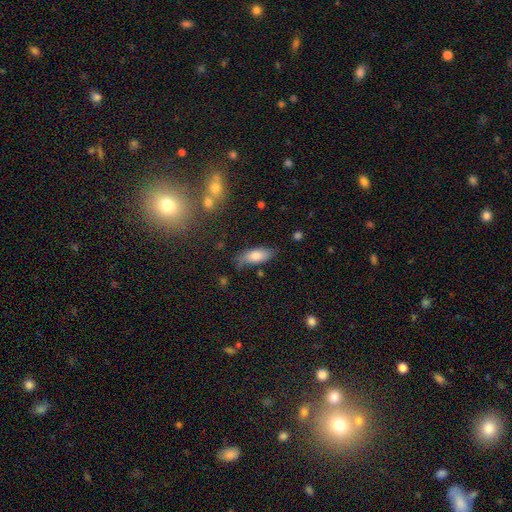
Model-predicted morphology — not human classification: smooth_or_featured: smooth (p=0.78) [alt: featured or disk p=0.15]
how_rounded: in between (p=0.79) [alt: cigar-shaped p=0.18]
merging: none (p=0.65) [alt: minor disturbance p=0.25]